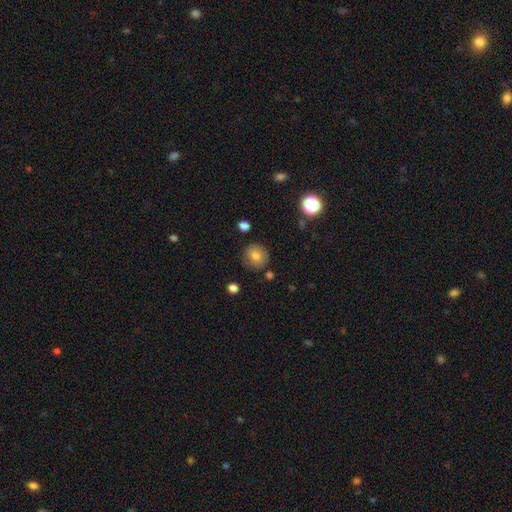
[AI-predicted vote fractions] The model was most divided on "smooth or featured": smooth: 79%, star or artifact: 11%, featured or disk: 10%. More confident: how rounded — round (89%); merging — none (83%).